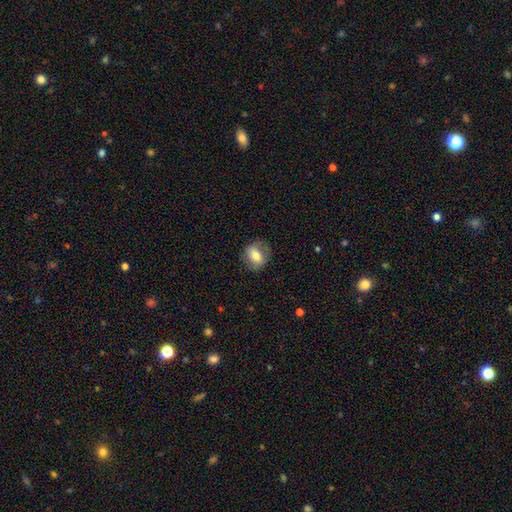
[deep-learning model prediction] Morphology: type=smooth (64%); roundness=round (51%); merging=none (77%).